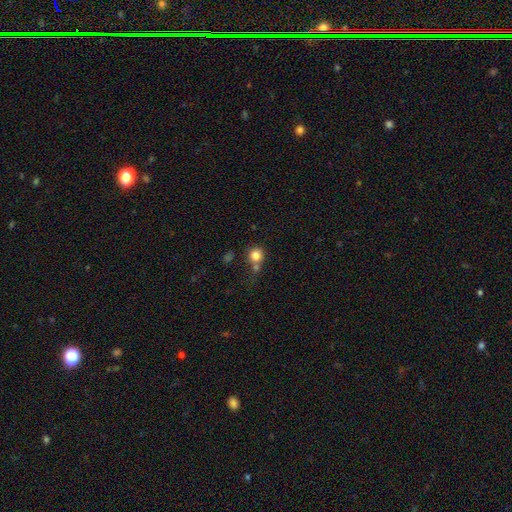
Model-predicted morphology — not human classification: The model was most divided on "merging": none: 53%, merger: 27%, minor disturbance: 13%, major disturbance: 6%. More confident: how rounded — round (87%); smooth or featured — smooth (82%).